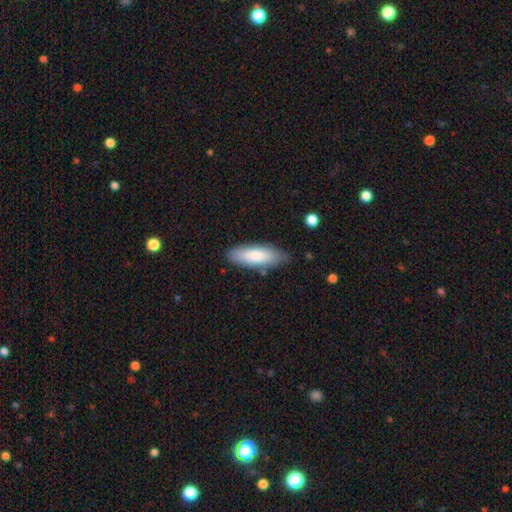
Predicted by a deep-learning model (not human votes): A smooth galaxy with no disk features (81%) that is in between round and cigar-shaped (62%).

Vote fractions:
- Smooth or featured? smooth: 81% / featured or disk: 14% / star or artifact: 5%
- How rounded? in between: 62% / cigar-shaped: 36% / round: 2%
- Merging? none: 81% / minor disturbance: 14% / major disturbance: 3% / merger: 2%